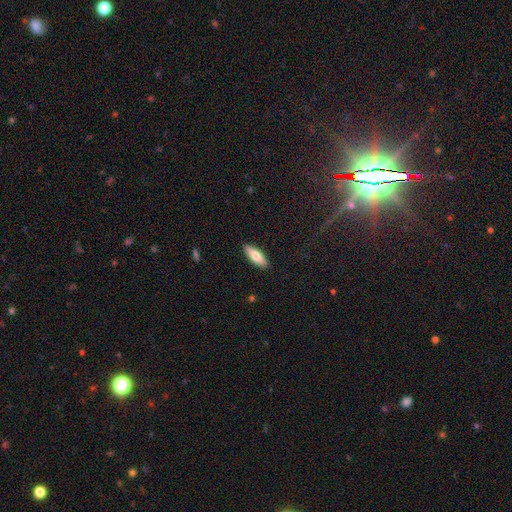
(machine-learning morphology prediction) Overall: smooth (76%). How rounded: in between (64%; cigar-shaped 34%). Merging: none (89%).